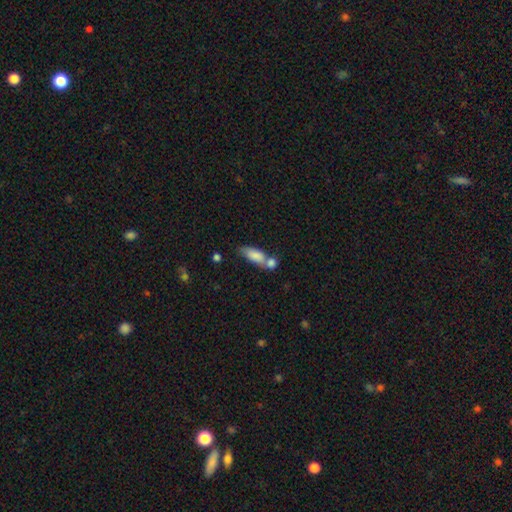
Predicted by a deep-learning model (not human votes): This is likely a smooth galaxy (79%). How rounded: likely in between (70%). Merging: possibly merger (52%).